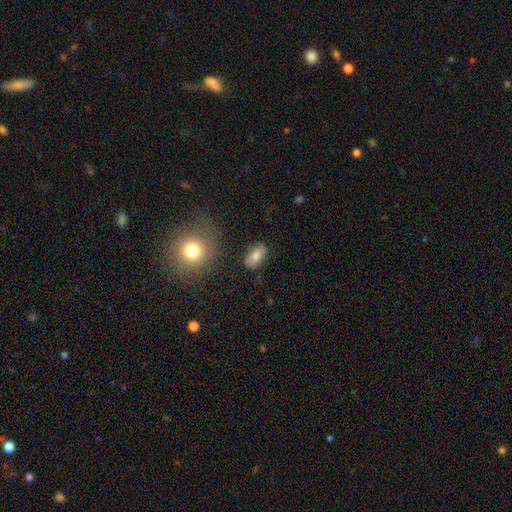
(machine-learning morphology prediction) This appears to be a smooth galaxy with no disk features (70%) that is in between round and cigar-shaped (87%). Merging: none (82%).